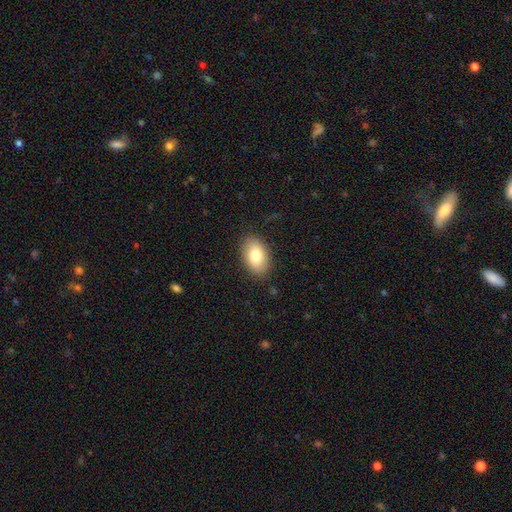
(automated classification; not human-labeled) smooth 81%, featured or disk 12%, star or artifact 7%. Down the decision tree: how rounded — in between (91%); merging — none (86%).